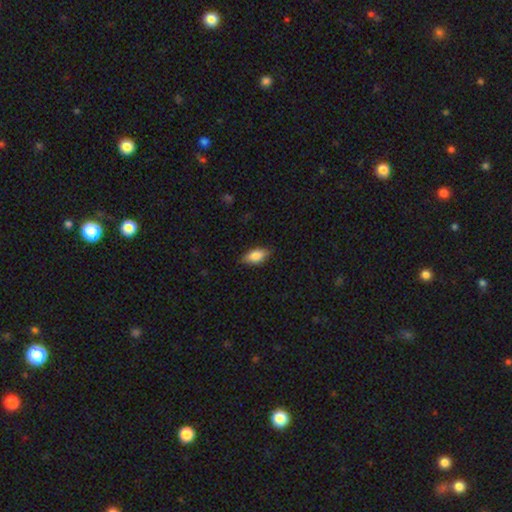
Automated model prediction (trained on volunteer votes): Smooth or featured?
  - smooth: 82% *
  - featured or disk: 11%
  - star or artifact: 7%
How rounded?
  - in between: 89% *
  - cigar-shaped: 8%
  - round: 3%
Merging?
  - none: 82% *
  - minor disturbance: 14%
  - major disturbance: 2%
  - merger: 1%